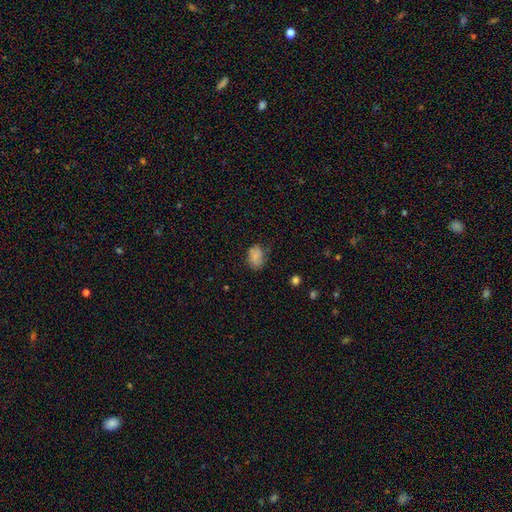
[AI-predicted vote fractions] smooth-or-featured: smooth: 81% | star or artifact: 10% | featured or disk: 9%
  how-rounded: in between: 76% | round: 22% | cigar-shaped: 1%
  merging: none: 67% | minor disturbance: 24% | major disturbance: 7% | merger: 2%